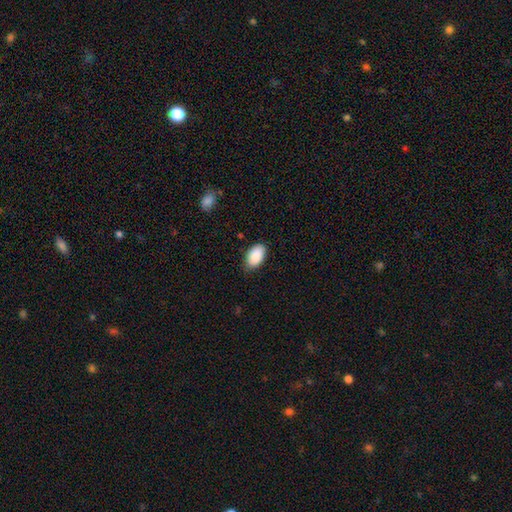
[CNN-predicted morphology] Smooth or featured?
  - smooth: 90% *
  - star or artifact: 6%
  - featured or disk: 3%
How rounded?
  - in between: 94% *
  - round: 5%
  - cigar-shaped: 1%
Merging?
  - none: 81% *
  - minor disturbance: 15%
  - major disturbance: 3%
  - merger: 1%